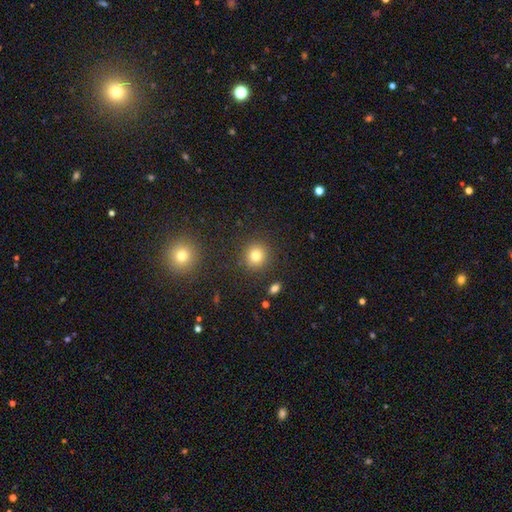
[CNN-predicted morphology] The model was most divided on "smooth or featured": smooth: 80%, star or artifact: 13%, featured or disk: 7%. More confident: how rounded — round (90%); merging — none (88%).